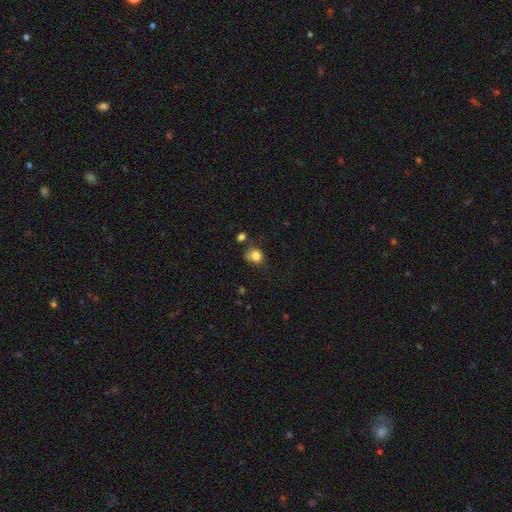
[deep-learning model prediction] A smooth galaxy with no disk features (81%) that is round (65%).

Vote fractions:
- Smooth or featured? smooth: 81% / star or artifact: 11% / featured or disk: 8%
- How rounded? round: 65% / in between: 34% / cigar-shaped: 1%
- Merging? none: 52% / minor disturbance: 28% / merger: 10% / major disturbance: 10%